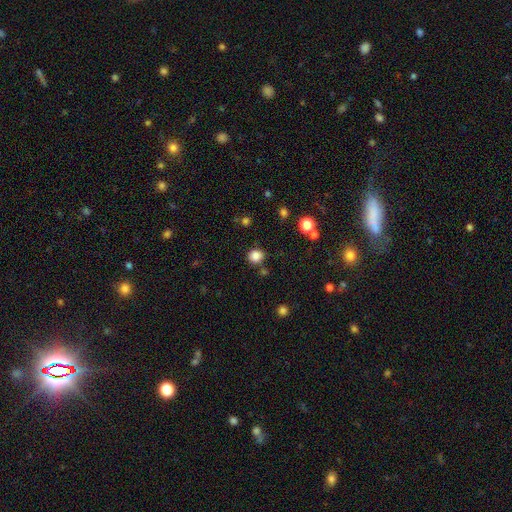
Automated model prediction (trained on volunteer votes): Q: Smooth or featured?
A: smooth (84%); runner-up: star or artifact (12%)
Q: How rounded?
A: round (85%); runner-up: in between (14%)
Q: Merging?
A: none (80%); runner-up: minor disturbance (11%)